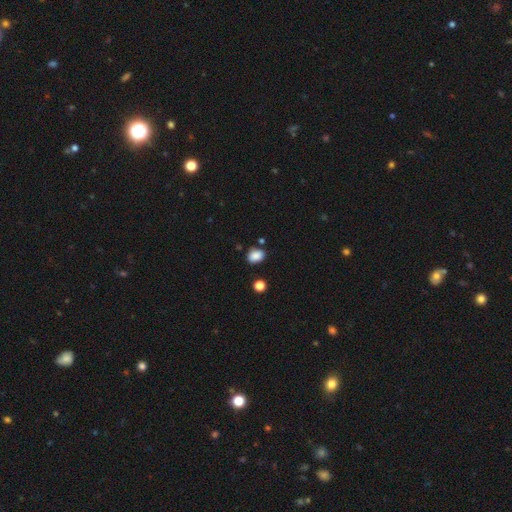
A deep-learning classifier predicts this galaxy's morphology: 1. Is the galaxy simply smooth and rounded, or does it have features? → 86% smooth, 10% star or artifact, 4% featured or disk.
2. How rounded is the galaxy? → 67% in between, 32% round, 1% cigar-shaped.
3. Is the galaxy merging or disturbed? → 75% none, 16% minor disturbance, 5% merger, 4% major disturbance.